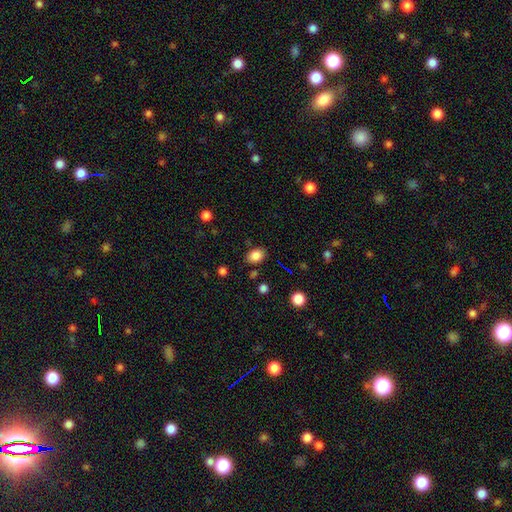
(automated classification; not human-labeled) Q: Smooth or featured?
A: smooth (85%); runner-up: star or artifact (10%)
Q: How rounded?
A: in between (71%); runner-up: round (28%)
Q: Merging?
A: none (82%); runner-up: minor disturbance (12%)